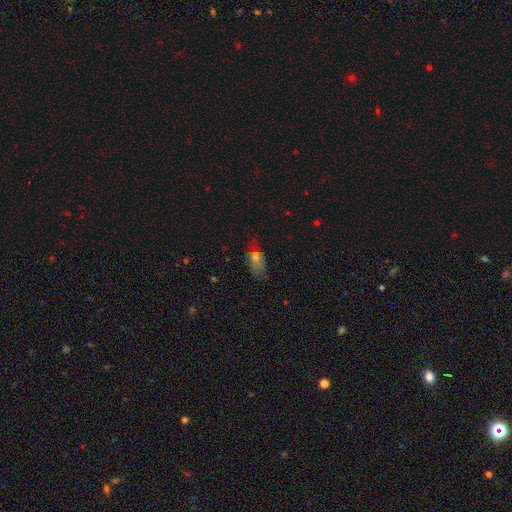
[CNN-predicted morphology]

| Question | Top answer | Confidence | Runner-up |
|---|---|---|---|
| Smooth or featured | smooth | 63% | featured or disk (22%) |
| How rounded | in between | 72% | cigar-shaped (15%) |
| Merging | none | 49% | minor disturbance (31%) |